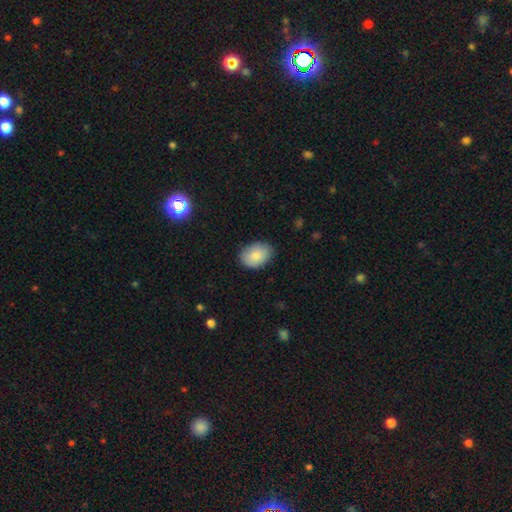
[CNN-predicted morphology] Overall: smooth (86%). How rounded: in between (79%). Merging: none (83%).